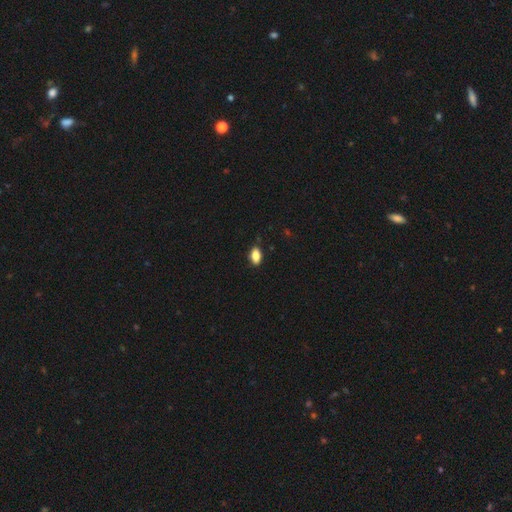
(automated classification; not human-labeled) A smooth galaxy with no disk features (86%) that is in between round and cigar-shaped (90%). Merging: none (85%).